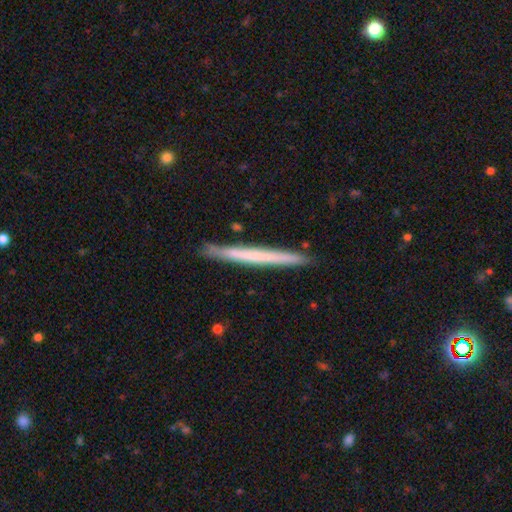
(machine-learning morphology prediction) A smooth galaxy with no disk features (52%) that is cigar-shaped (97%).

Vote fractions:
- Smooth or featured? smooth: 52% / featured or disk: 43% / star or artifact: 6%
- How rounded? cigar-shaped: 97% / in between: 1% / round: 1%
- Merging? none: 89% / minor disturbance: 8% / merger: 1% / major disturbance: 1%